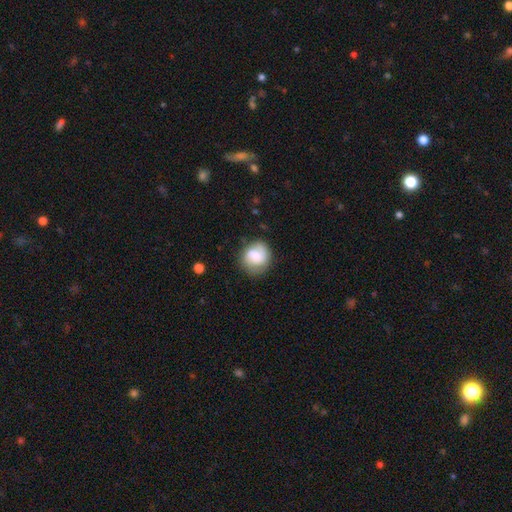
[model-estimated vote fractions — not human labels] smooth-or-featured: smooth: 52% | featured or disk: 40% | star or artifact: 8%
  how-rounded: round: 81% | in between: 18% | cigar-shaped: 1%
  merging: none: 73% | minor disturbance: 19% | major disturbance: 7% | merger: 2%